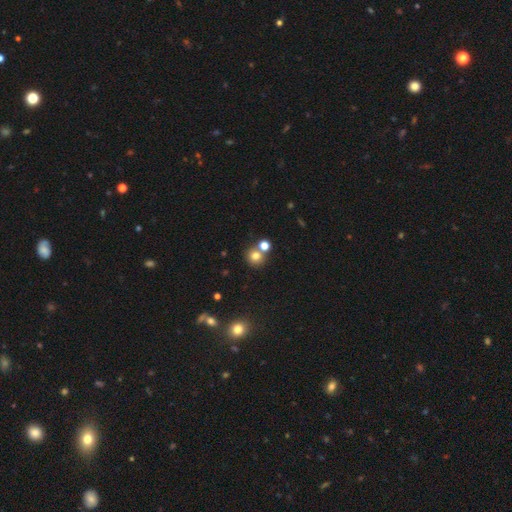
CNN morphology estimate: Smooth or featured? Predicted: smooth (p=0.76). How rounded? Predicted: round (p=0.88). Merging? Predicted: none (p=0.63).